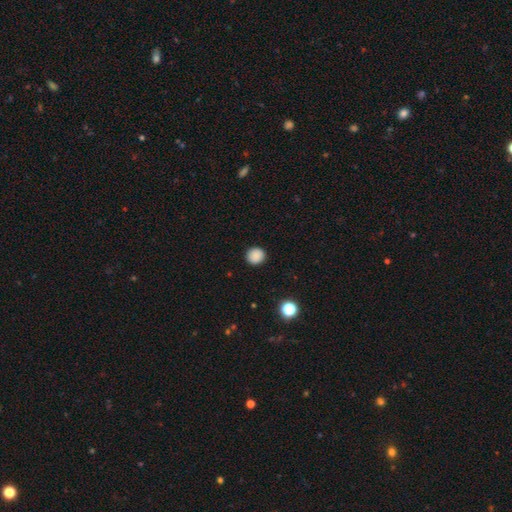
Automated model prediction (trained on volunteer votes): A smooth galaxy with no disk features (87%) that is round (89%).

Vote fractions:
- Smooth or featured? smooth: 87% / star or artifact: 10% / featured or disk: 3%
- How rounded? round: 89% / in between: 10% / cigar-shaped: 1%
- Merging? none: 91% / minor disturbance: 6% / major disturbance: 2% / merger: 1%